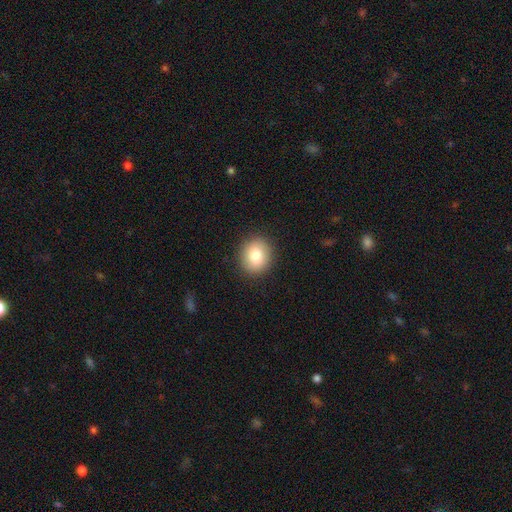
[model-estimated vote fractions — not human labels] Smooth or featured? Predicted: smooth (p=0.82). How rounded? Predicted: round (p=0.74). Merging? Predicted: none (p=0.90).